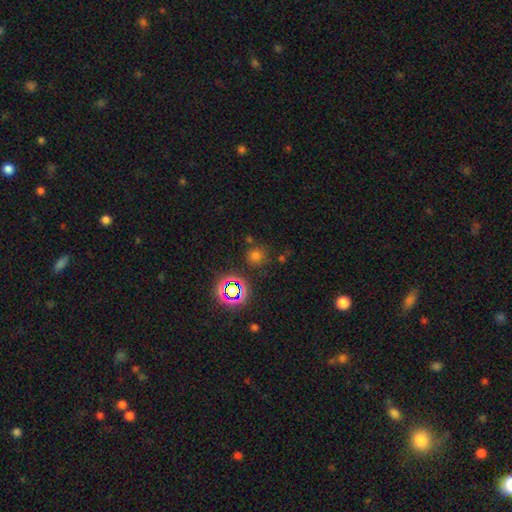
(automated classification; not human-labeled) smooth_or_featured: smooth (p=0.61) [alt: star or artifact p=0.31]
how_rounded: round (p=0.90) [alt: in between p=0.09]
merging: none (p=0.79) [alt: minor disturbance p=0.11]